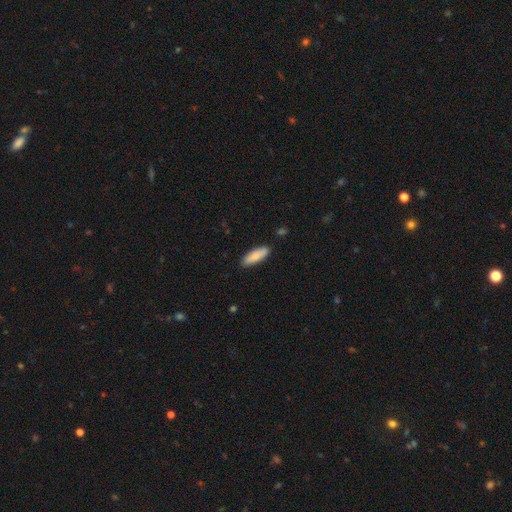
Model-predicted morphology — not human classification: smooth-or-featured: smooth: 80% | featured or disk: 14% | star or artifact: 6%
  how-rounded: in between: 57% | cigar-shaped: 41% | round: 2%
  merging: none: 87% | minor disturbance: 10% | major disturbance: 2% | merger: 1%